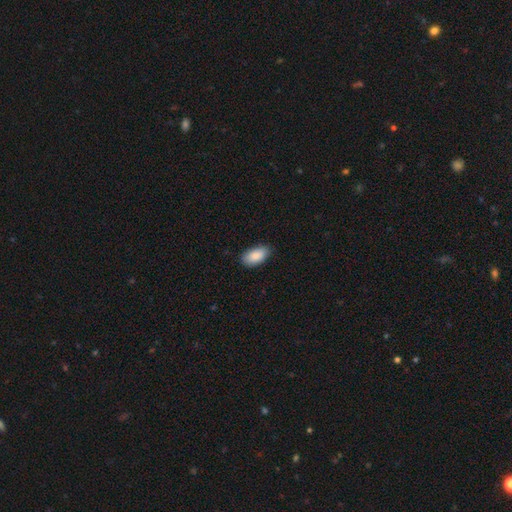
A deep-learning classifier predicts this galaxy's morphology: This is clearly a smooth galaxy (89%). How rounded: clearly in between (94%). Merging: clearly none (83%).